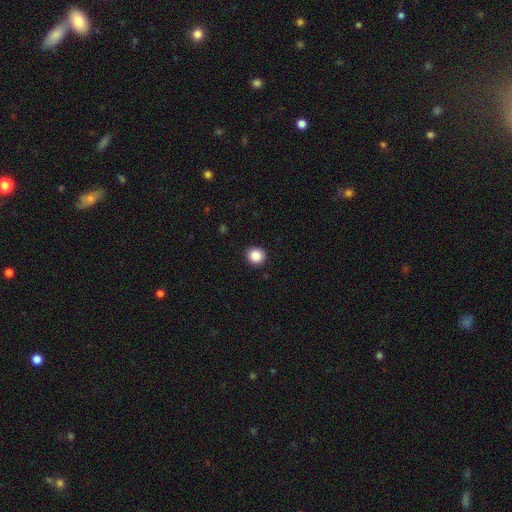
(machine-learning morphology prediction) Q: Smooth or featured?
A: smooth (88%); runner-up: star or artifact (9%)
Q: How rounded?
A: round (92%); runner-up: in between (7%)
Q: Merging?
A: none (92%); runner-up: minor disturbance (5%)